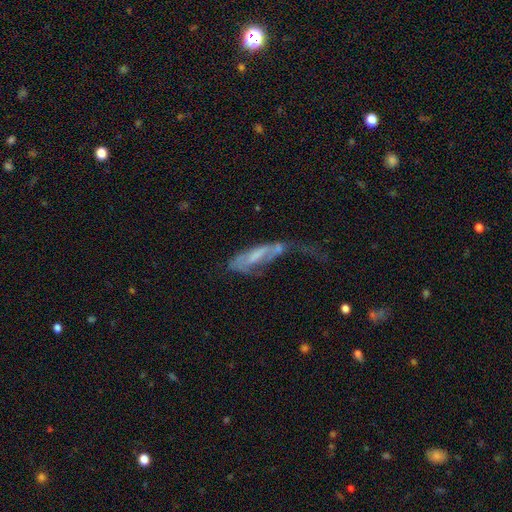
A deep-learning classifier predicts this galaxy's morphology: A featured or disk galaxy (50%).

Vote fractions:
- Smooth or featured? featured or disk: 50% / smooth: 40% / star or artifact: 10%
- Edge-on disk? no: 77% / yes: 23%
- Merging? major disturbance: 53% / merger: 17% / minor disturbance: 16% / none: 14%